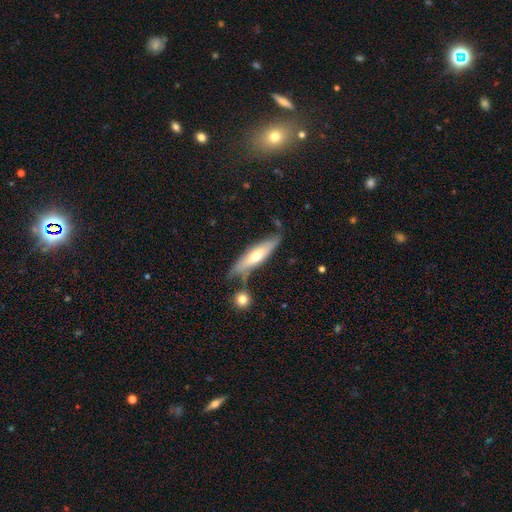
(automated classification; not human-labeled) Smooth or featured?
  - smooth: 49% *
  - featured or disk: 46%
  - star or artifact: 6%
Merging?
  - none: 68% *
  - minor disturbance: 19%
  - merger: 9%
  - major disturbance: 5%